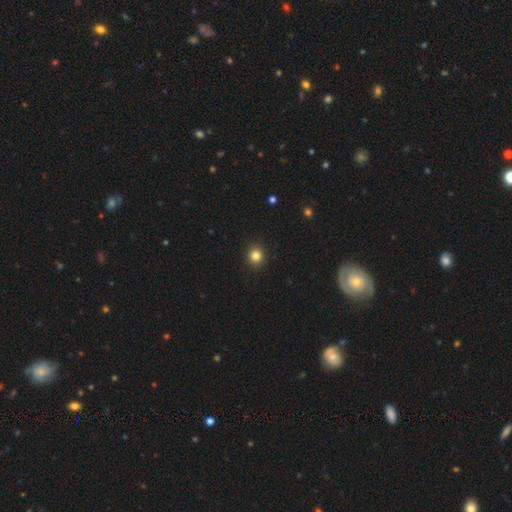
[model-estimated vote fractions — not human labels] Smooth or featured?
  - smooth: 84% *
  - star or artifact: 12%
  - featured or disk: 5%
How rounded?
  - round: 88% *
  - in between: 11%
  - cigar-shaped: 1%
Merging?
  - none: 92% *
  - minor disturbance: 5%
  - major disturbance: 2%
  - merger: 1%